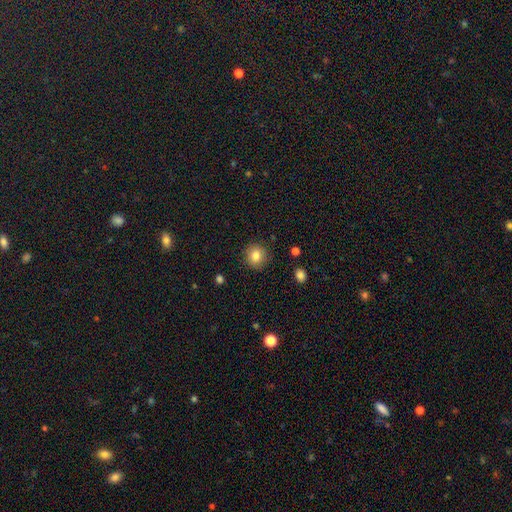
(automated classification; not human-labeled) smooth 82%, star or artifact 10%, featured or disk 8%. Down the decision tree: how rounded — round (88%); merging — none (89%).